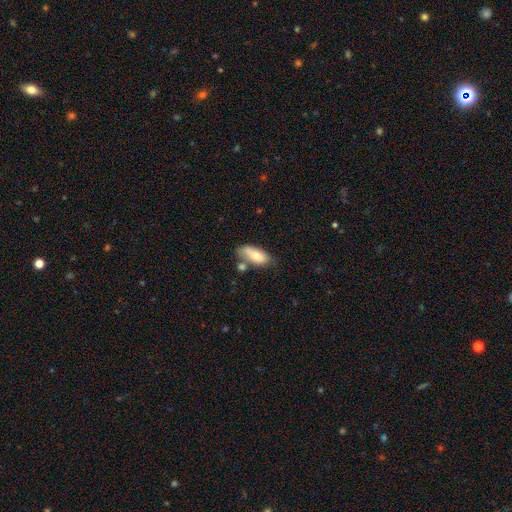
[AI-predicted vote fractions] Q: Smooth or featured?
A: smooth (75%); runner-up: featured or disk (18%)
Q: How rounded?
A: in between (84%); runner-up: cigar-shaped (13%)
Q: Merging?
A: none (52%); runner-up: minor disturbance (23%)